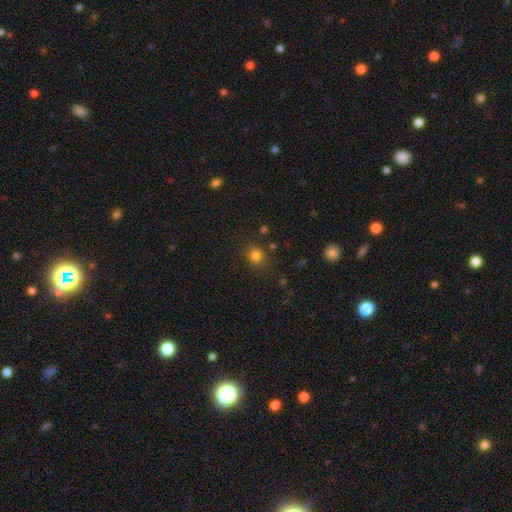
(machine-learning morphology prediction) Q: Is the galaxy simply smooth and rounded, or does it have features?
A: smooth — 80%.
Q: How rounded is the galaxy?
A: round — 81%.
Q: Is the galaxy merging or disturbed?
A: none — 82%.